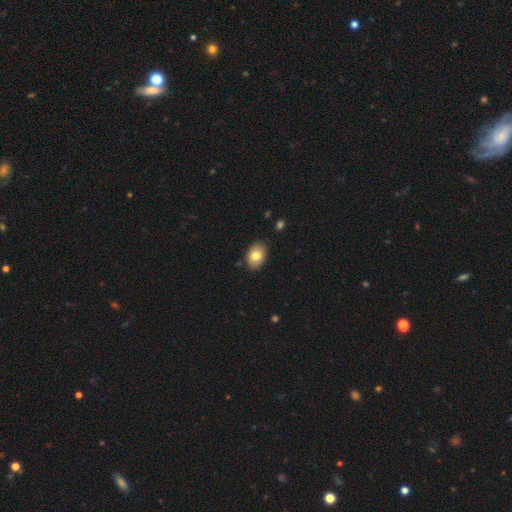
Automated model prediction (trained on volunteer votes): A smooth galaxy with no disk features (80%) that is in between round and cigar-shaped (82%). Merging: none (85%).